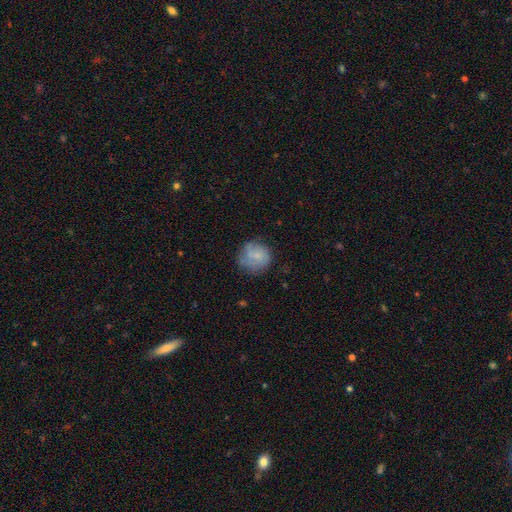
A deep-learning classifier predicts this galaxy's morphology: This is likely a smooth galaxy (67%). How rounded: clearly round (86%). Merging: likely none (62%).